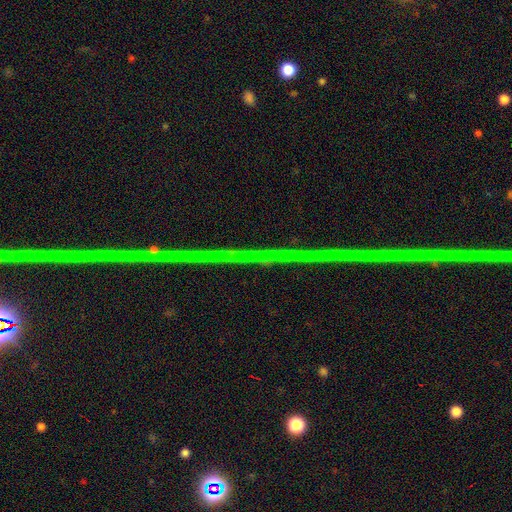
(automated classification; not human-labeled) Morphology: type=star or artifact (89%).